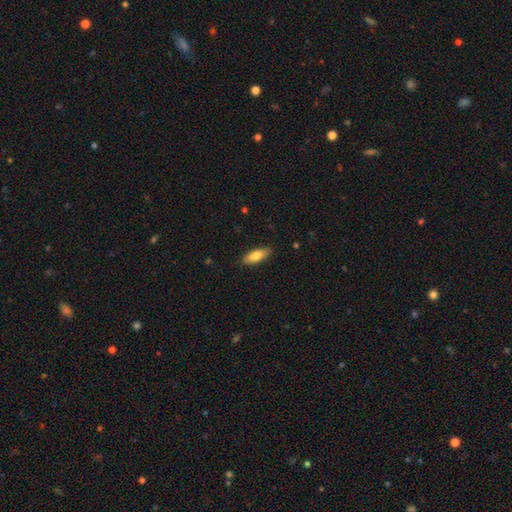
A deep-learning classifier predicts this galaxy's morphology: type=smooth (78%); roundness=in between (64%); merging=none (87%).